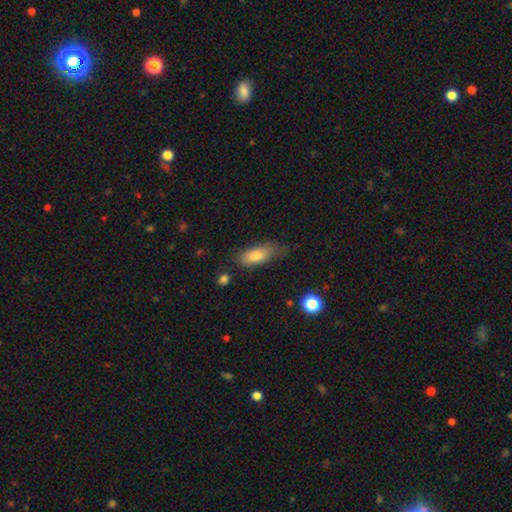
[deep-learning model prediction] smooth-or-featured: smooth: 79% | featured or disk: 13% | star or artifact: 8%
  how-rounded: in between: 77% | cigar-shaped: 19% | round: 4%
  merging: none: 51% | minor disturbance: 33% | major disturbance: 13% | merger: 3%